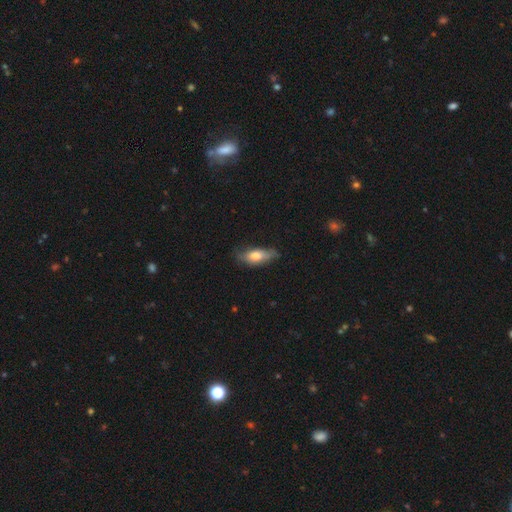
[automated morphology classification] type=smooth (68%); roundness=in between (73%); merging=none (60%).